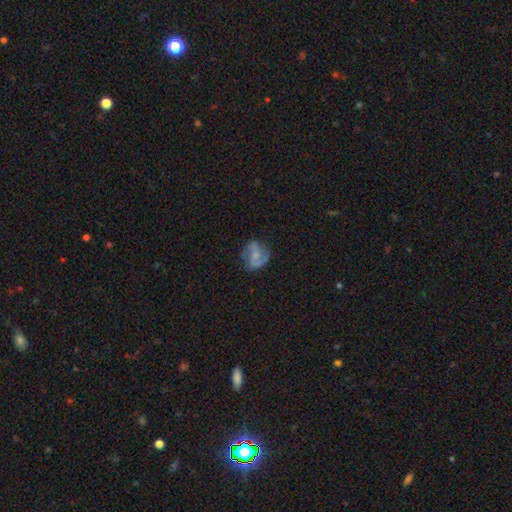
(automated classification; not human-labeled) featured or disk 51%, smooth 40%, star or artifact 9%. Down the decision tree: edge-on disk — no (97%); merging — none (55%).